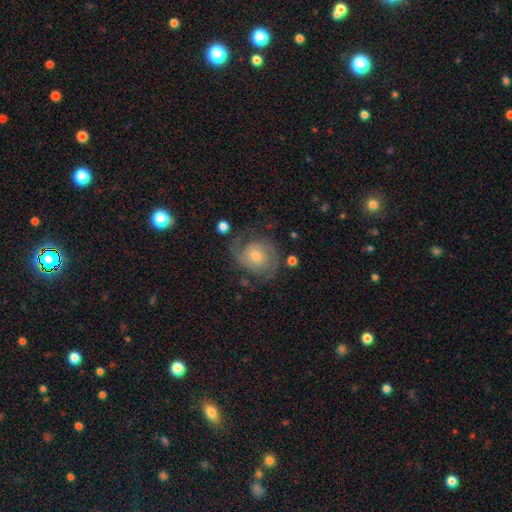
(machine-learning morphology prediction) smooth_or_featured: featured or disk (p=0.77) [alt: smooth p=0.14]
disk_edge_on: no (p=0.98) [alt: yes p=0.02]
bar: no (p=0.74) [alt: weak p=0.22]
has_spiral_arms: yes (p=0.94) [alt: no p=0.06]
spiral_winding: tight (p=0.43) [alt: medium p=0.42]
spiral_arm_count: 2 (p=0.76) [alt: can't tell p=0.11]
bulge_size: moderate (p=0.48) [alt: small p=0.45]
merging: none (p=0.70) [alt: minor disturbance p=0.17]